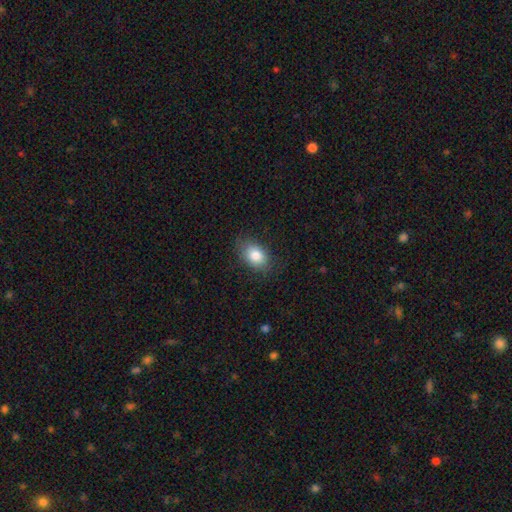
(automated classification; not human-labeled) This is clearly a smooth galaxy (82%). How rounded: clearly in between (81%). Merging: clearly none (80%).